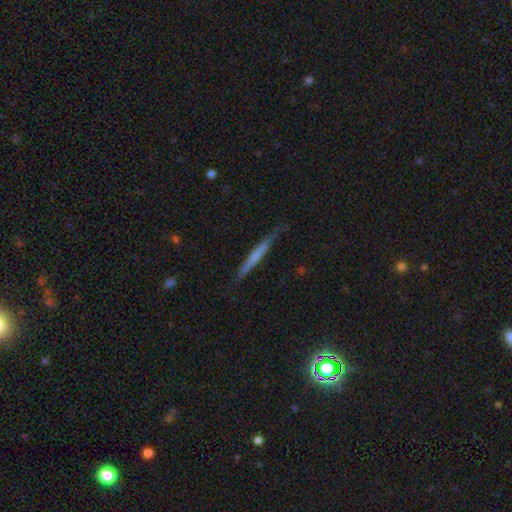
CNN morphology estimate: Q: Smooth or featured?
A: smooth (50%); runner-up: featured or disk (44%)
Q: Merging?
A: none (79%); runner-up: minor disturbance (16%)